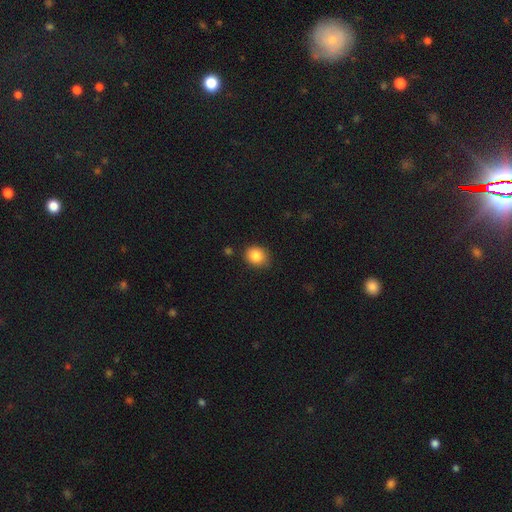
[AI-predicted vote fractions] This is clearly a smooth galaxy (85%). How rounded: possibly round (59%). Merging: clearly none (83%).